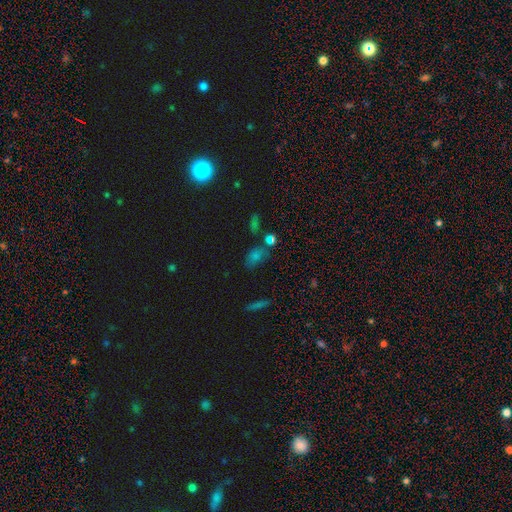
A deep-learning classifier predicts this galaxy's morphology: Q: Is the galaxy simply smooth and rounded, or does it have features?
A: smooth — 59%.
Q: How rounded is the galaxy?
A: in between — 71%.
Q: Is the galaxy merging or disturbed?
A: none — 56%.